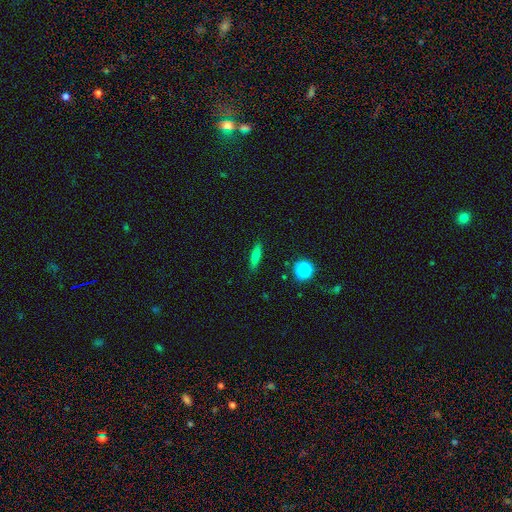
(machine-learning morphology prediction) Smooth or featured? smooth (72%)
How rounded? cigar-shaped (76%)
Merging? none (88%)